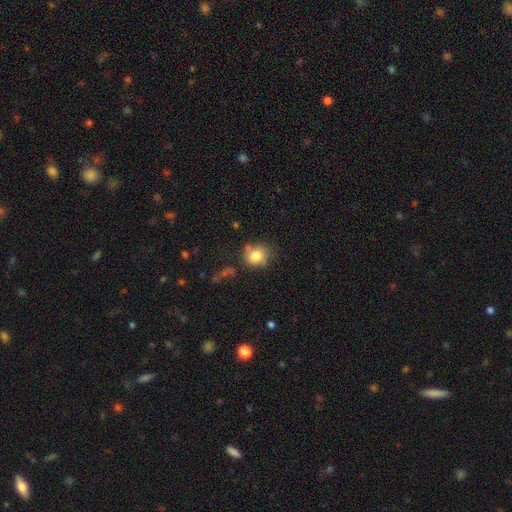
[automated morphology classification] Smooth or featured: smooth — 81% (featured or disk — 10%)
How rounded: round — 73% (in between — 26%)
Merging: none — 63% (minor disturbance — 22%)